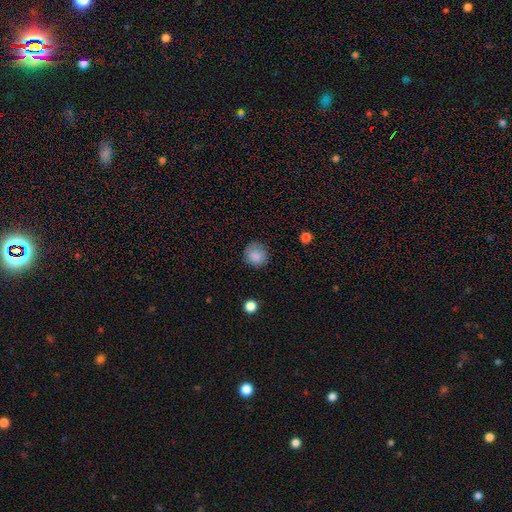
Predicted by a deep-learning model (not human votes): Smooth or featured? Predicted: smooth (p=0.86). How rounded? Predicted: round (p=0.88). Merging? Predicted: none (p=0.80).